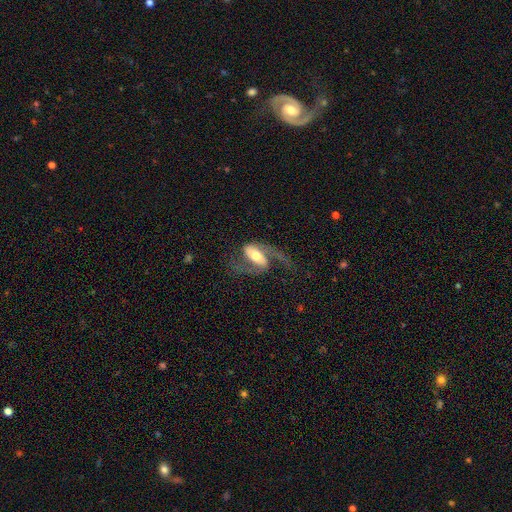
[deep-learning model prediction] featured or disk 79%, smooth 16%, star or artifact 6%. Down the decision tree: edge-on disk — no (94%); bar — strong (42%); spiral arms — yes (92%); spiral arm count — 2 (84%); spiral winding — loose (61%); bulge size — moderate (62%); merging — none (54%).